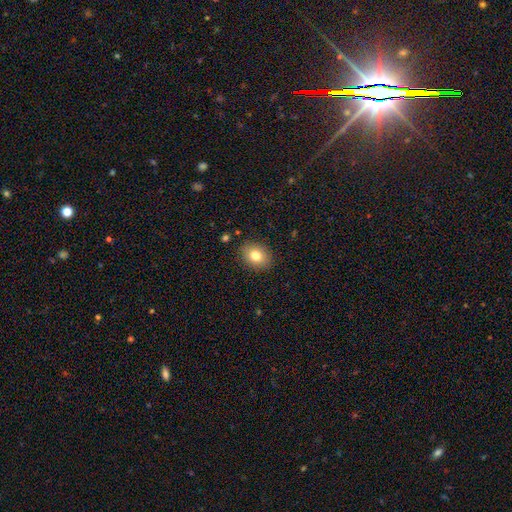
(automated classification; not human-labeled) Q: Smooth or featured?
A: smooth (80%); runner-up: featured or disk (11%)
Q: How rounded?
A: in between (59%); runner-up: round (40%)
Q: Merging?
A: none (88%); runner-up: minor disturbance (9%)